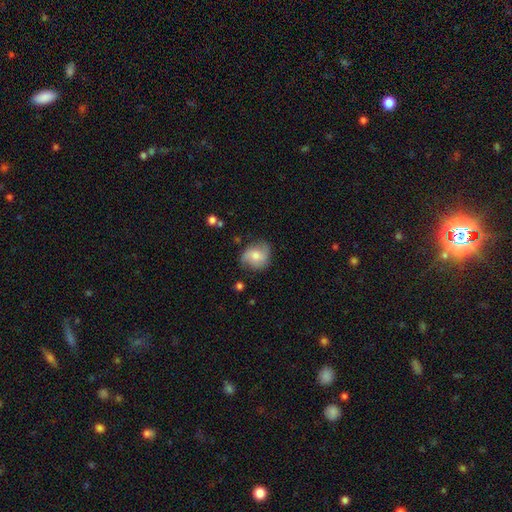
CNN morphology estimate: Smooth or featured: smooth — 59% (featured or disk — 33%)
How rounded: round — 71% (in between — 28%)
Merging: none — 70% (minor disturbance — 22%)